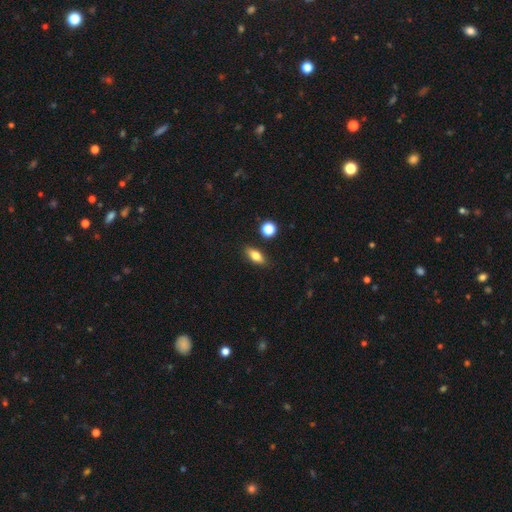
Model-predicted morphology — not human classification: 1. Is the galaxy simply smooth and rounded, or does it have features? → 78% smooth, 14% featured or disk, 9% star or artifact.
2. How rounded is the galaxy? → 77% in between, 15% cigar-shaped, 7% round.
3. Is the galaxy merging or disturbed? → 86% none, 9% minor disturbance, 3% merger, 2% major disturbance.